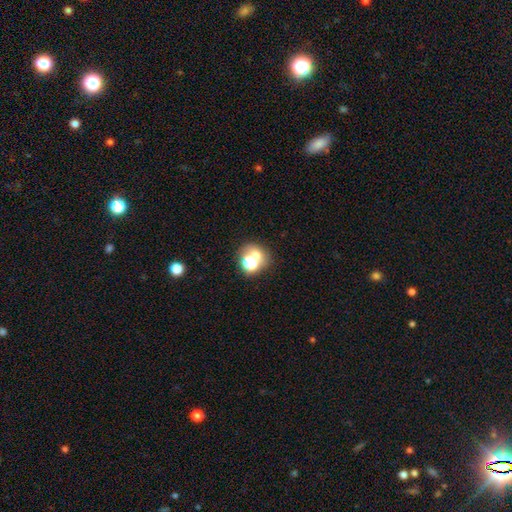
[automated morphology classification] smooth 60%, star or artifact 24%, featured or disk 16%. Down the decision tree: how rounded — round (72%); merging — none (48%).